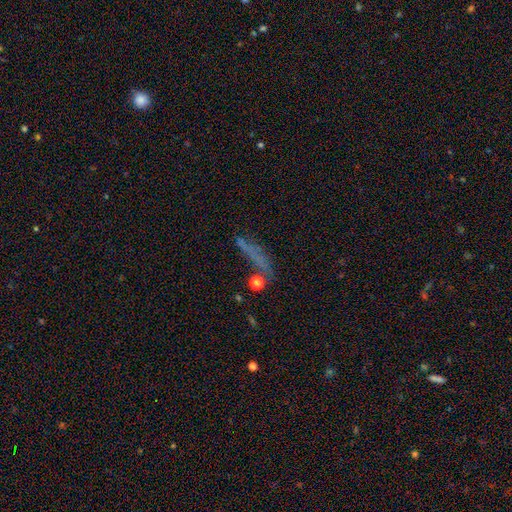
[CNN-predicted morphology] A smooth galaxy with no disk features (51%) that is cigar-shaped (73%).

Vote fractions:
- Smooth or featured? smooth: 51% / star or artifact: 25% / featured or disk: 24%
- How rounded? cigar-shaped: 73% / in between: 18% / round: 8%
- Merging? none: 58% / minor disturbance: 18% / major disturbance: 14% / merger: 10%